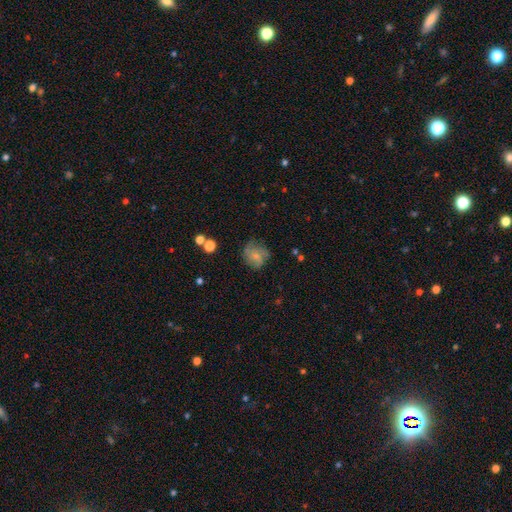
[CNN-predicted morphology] This is possibly a featured or disk galaxy (45%, tied with smooth). Merging: likely none (62%).